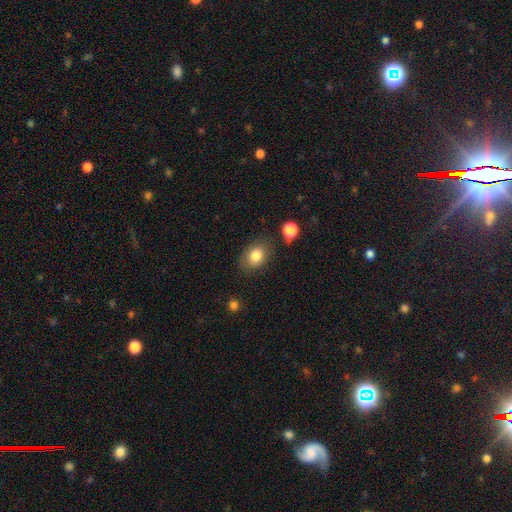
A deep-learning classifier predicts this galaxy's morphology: Smooth or featured? smooth (82%)
How rounded? in between (66%)
Merging? none (74%)